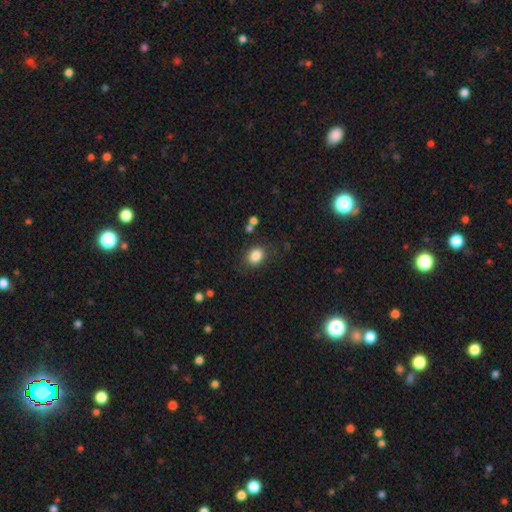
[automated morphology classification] This appears to be a smooth galaxy with no disk features (85%) that is in between round and cigar-shaped (57%). Merging: none (80%).